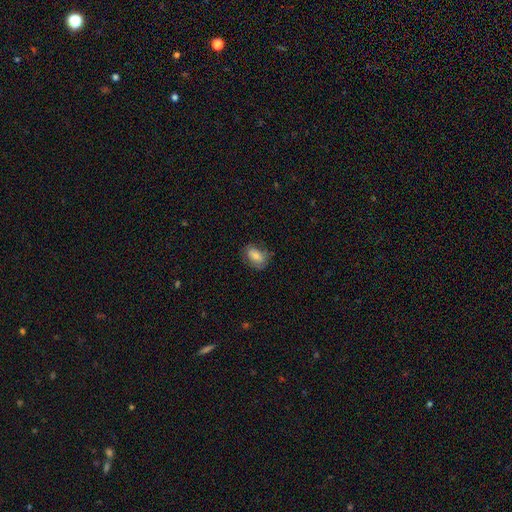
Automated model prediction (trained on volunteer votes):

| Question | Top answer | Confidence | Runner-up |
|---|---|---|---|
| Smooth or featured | smooth | 73% | featured or disk (19%) |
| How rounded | in between | 81% | round (17%) |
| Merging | none | 69% | minor disturbance (23%) |